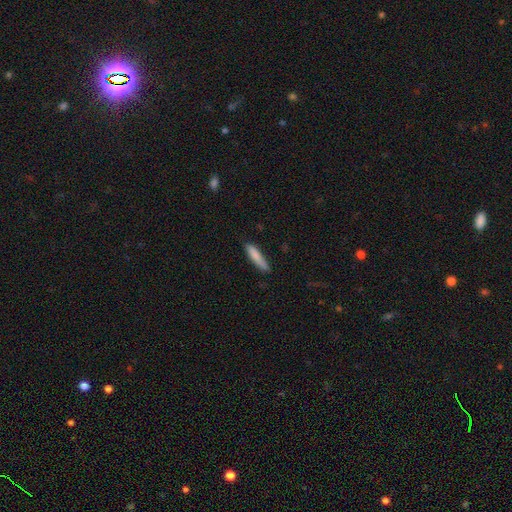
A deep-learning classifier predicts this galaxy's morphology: A smooth galaxy with no disk features (82%) that is cigar-shaped (86%).

Vote fractions:
- Smooth or featured? smooth: 82% / featured or disk: 12% / star or artifact: 6%
- How rounded? cigar-shaped: 86% / in between: 13% / round: 1%
- Merging? none: 78% / minor disturbance: 17% / major disturbance: 3% / merger: 2%